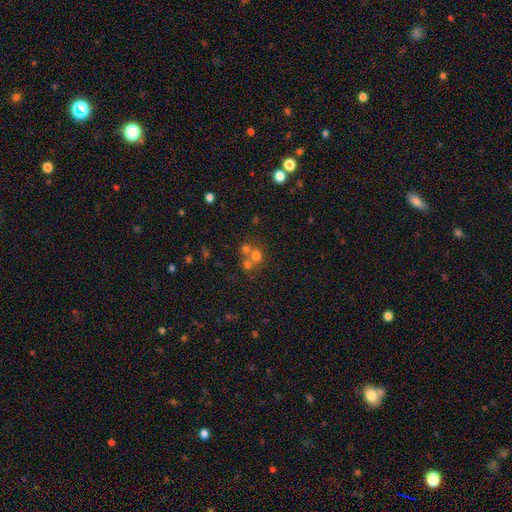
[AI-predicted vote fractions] smooth-or-featured: smooth: 63% | star or artifact: 19% | featured or disk: 18%
  how-rounded: round: 83% | in between: 16% | cigar-shaped: 1%
  merging: merger: 50% | none: 40% | minor disturbance: 6% | major disturbance: 4%